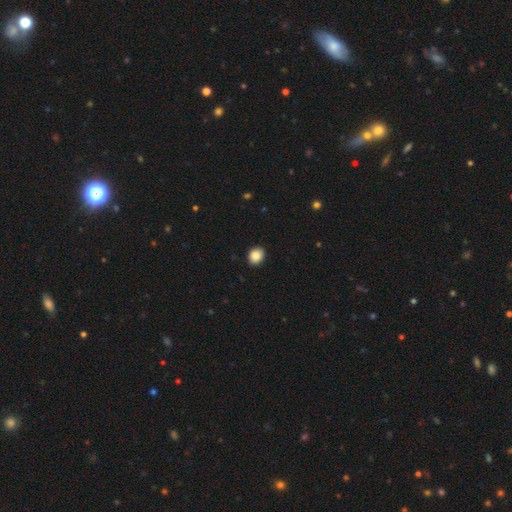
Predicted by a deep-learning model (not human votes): A smooth galaxy with no disk features (88%) that is round (57%).

Vote fractions:
- Smooth or featured? smooth: 88% / star or artifact: 8% / featured or disk: 4%
- How rounded? round: 57% / in between: 42% / cigar-shaped: 1%
- Merging? none: 91% / minor disturbance: 6% / major disturbance: 2% / merger: 1%